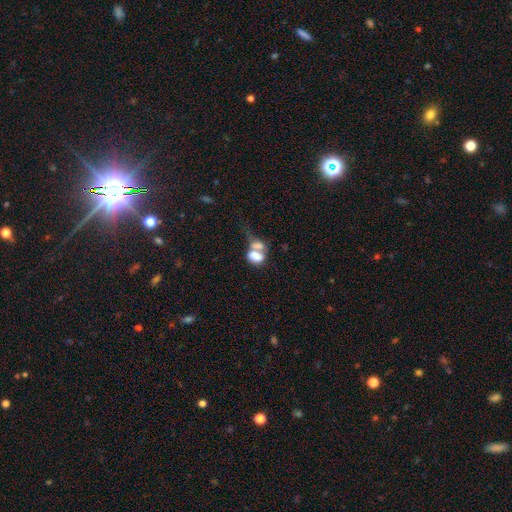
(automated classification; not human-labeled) Q: Smooth or featured?
A: smooth (68%); runner-up: featured or disk (21%)
Q: How rounded?
A: in between (78%); runner-up: round (19%)
Q: Merging?
A: merger (63%); runner-up: none (16%)